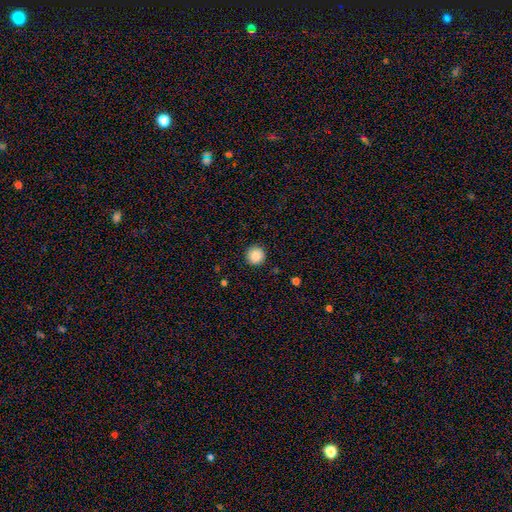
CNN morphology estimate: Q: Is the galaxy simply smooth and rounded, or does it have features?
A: smooth — 88%.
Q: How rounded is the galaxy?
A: round — 96%.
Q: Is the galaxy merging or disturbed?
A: none — 92%.